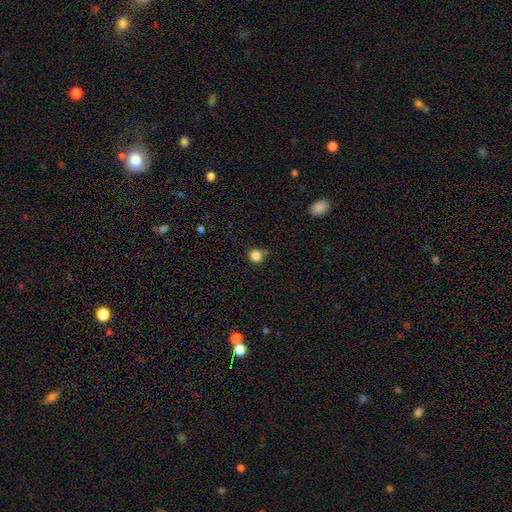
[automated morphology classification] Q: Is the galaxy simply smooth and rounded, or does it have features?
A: smooth — 84%.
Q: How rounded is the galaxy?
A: round — 91%.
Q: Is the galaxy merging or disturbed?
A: none — 76%.